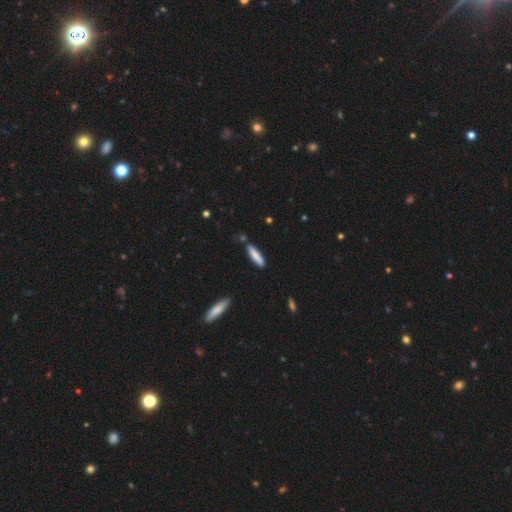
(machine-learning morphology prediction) Smooth or featured? smooth (82%)
How rounded? cigar-shaped (79%)
Merging? none (82%)